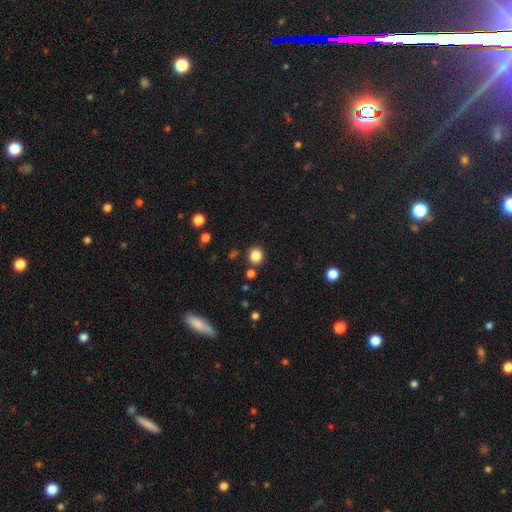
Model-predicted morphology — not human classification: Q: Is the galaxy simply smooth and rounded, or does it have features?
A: smooth — 85%.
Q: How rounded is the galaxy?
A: round — 86%.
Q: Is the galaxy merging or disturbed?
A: none — 86%.